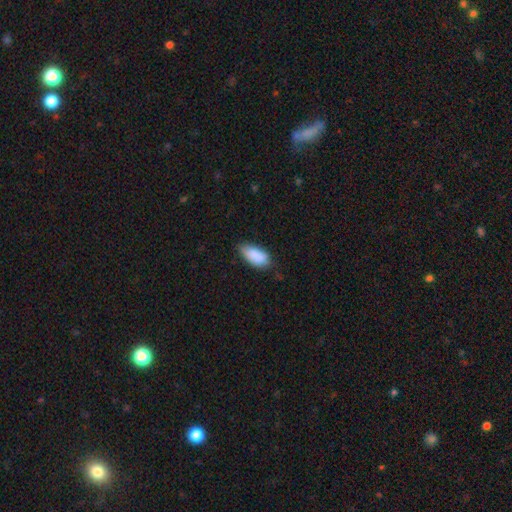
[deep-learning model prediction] This is clearly a smooth galaxy (88%). How rounded: clearly in between (91%). Merging: likely none (62%).